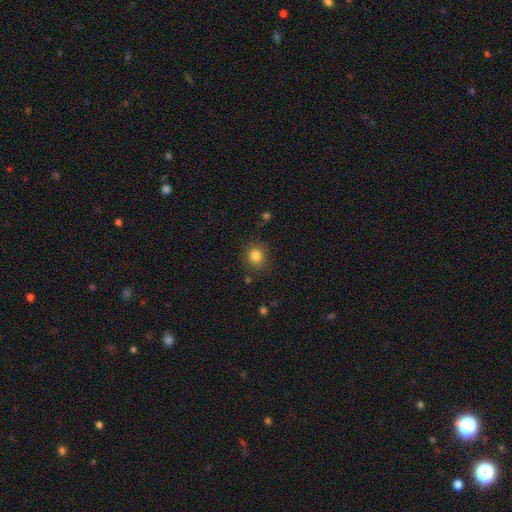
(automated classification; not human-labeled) A smooth galaxy with no disk features (82%) that is round (77%). Merging: none (83%).